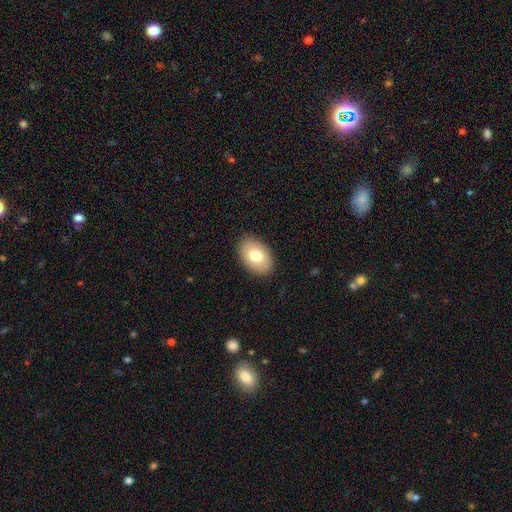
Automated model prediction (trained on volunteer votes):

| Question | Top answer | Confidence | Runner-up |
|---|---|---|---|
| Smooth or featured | smooth | 75% | featured or disk (17%) |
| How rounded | in between | 89% | round (10%) |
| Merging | none | 89% | minor disturbance (8%) |